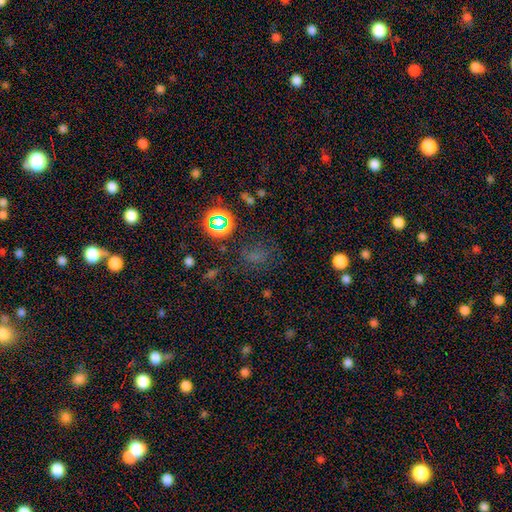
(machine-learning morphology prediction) smooth 47%, star or artifact 42%, featured or disk 11%. Down the decision tree: merging — none (66%).